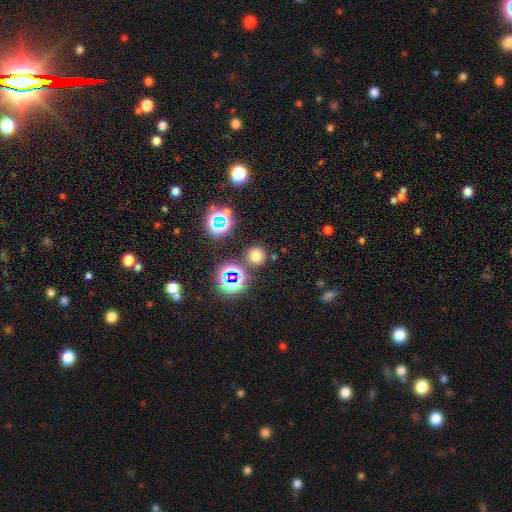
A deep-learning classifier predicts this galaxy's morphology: A smooth galaxy with no disk features (65%) that is round (91%).

Vote fractions:
- Smooth or featured? smooth: 65% / star or artifact: 29% / featured or disk: 6%
- How rounded? round: 91% / in between: 8% / cigar-shaped: 1%
- Merging? none: 82% / minor disturbance: 8% / merger: 6% / major disturbance: 3%